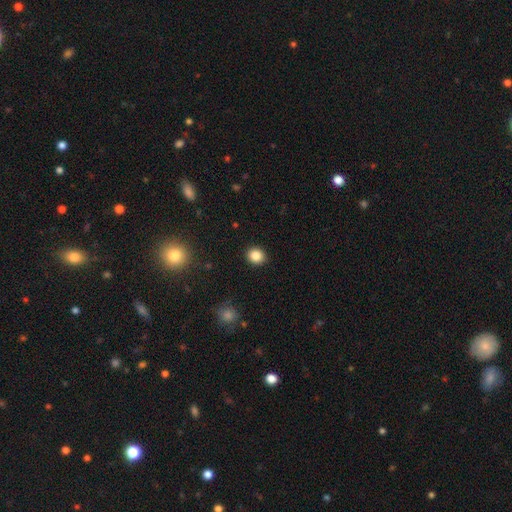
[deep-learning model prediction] This is clearly a smooth galaxy (85%). How rounded: likely round (73%). Merging: clearly none (91%).